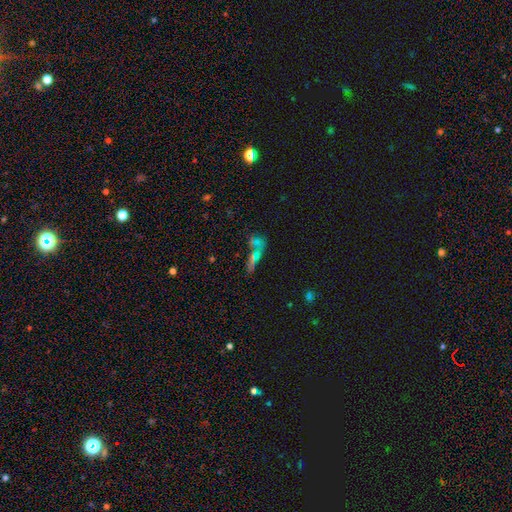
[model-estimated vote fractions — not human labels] This appears to be a smooth galaxy with no disk features (43%). Merging: none (37%).